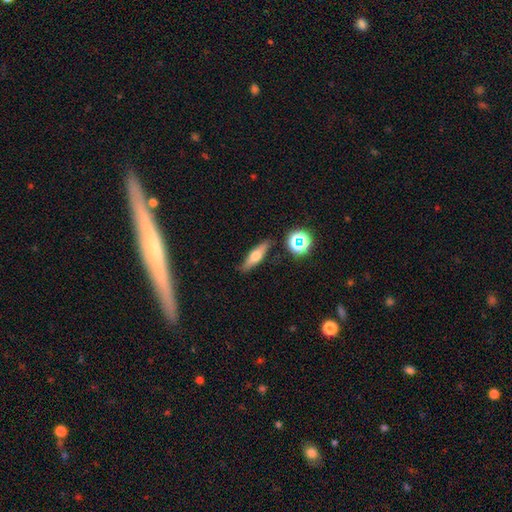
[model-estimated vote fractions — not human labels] Smooth or featured? smooth (49%)
Merging? none (85%)